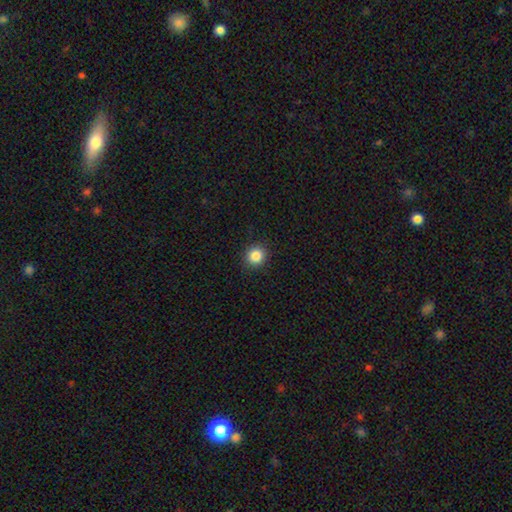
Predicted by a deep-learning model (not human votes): Q: Smooth or featured?
A: smooth (86%); runner-up: star or artifact (10%)
Q: How rounded?
A: round (90%); runner-up: in between (9%)
Q: Merging?
A: none (91%); runner-up: minor disturbance (6%)